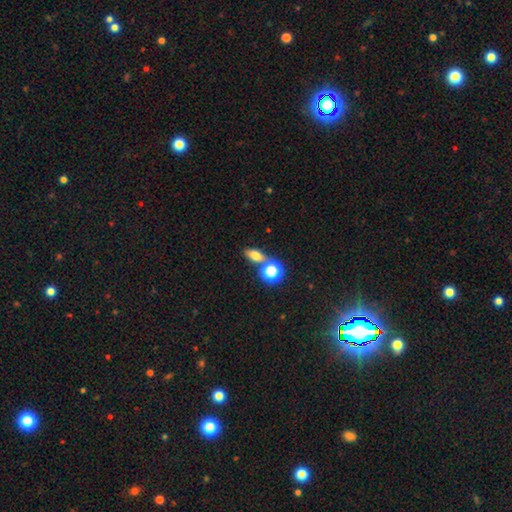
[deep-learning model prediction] Smooth or featured?
  - smooth: 70% *
  - star or artifact: 18%
  - featured or disk: 12%
How rounded?
  - in between: 69% *
  - round: 23%
  - cigar-shaped: 8%
Merging?
  - none: 65% *
  - merger: 21%
  - minor disturbance: 10%
  - major disturbance: 4%